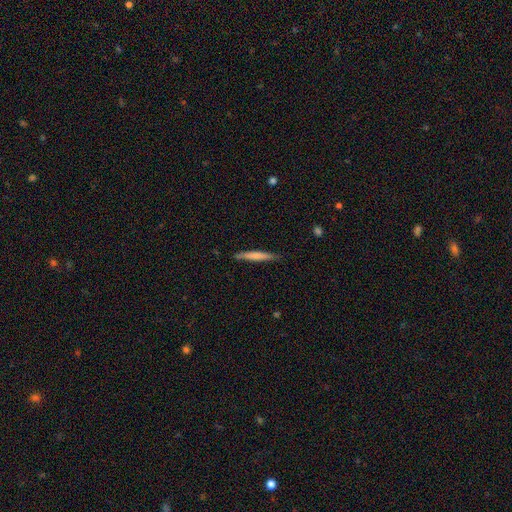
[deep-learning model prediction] Q: Smooth or featured?
A: smooth (63%); runner-up: featured or disk (31%)
Q: How rounded?
A: cigar-shaped (95%); runner-up: in between (4%)
Q: Merging?
A: none (83%); runner-up: minor disturbance (13%)